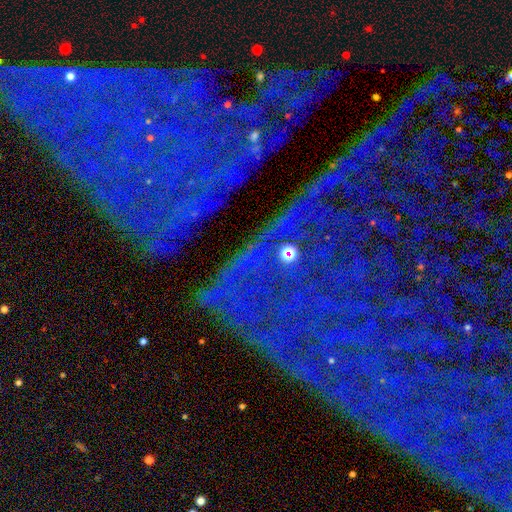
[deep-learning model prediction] A star or artifact, not a galaxy (82%).

Vote fractions:
- Smooth or featured? star or artifact: 82% / featured or disk: 9% / smooth: 8%